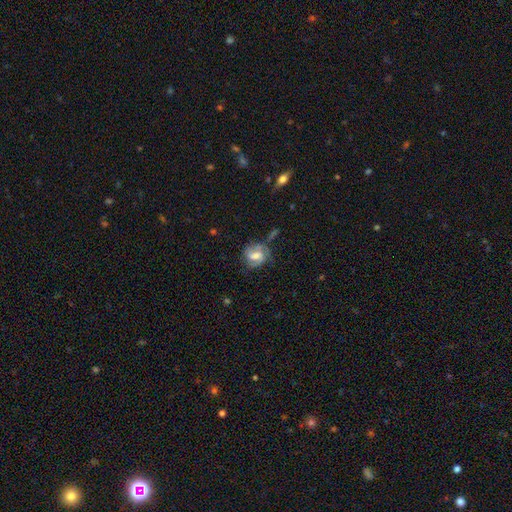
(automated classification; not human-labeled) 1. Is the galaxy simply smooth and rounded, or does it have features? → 54% featured or disk, 36% smooth, 10% star or artifact.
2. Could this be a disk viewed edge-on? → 96% no, 4% yes.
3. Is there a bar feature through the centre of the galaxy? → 49% weak, 27% no, 24% strong.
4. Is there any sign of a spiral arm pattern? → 77% yes, 23% no.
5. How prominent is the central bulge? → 47% moderate, 22% small, 19% large, 10% none, 2% dominant.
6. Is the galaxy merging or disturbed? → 50% none, 25% minor disturbance, 17% major disturbance, 9% merger.